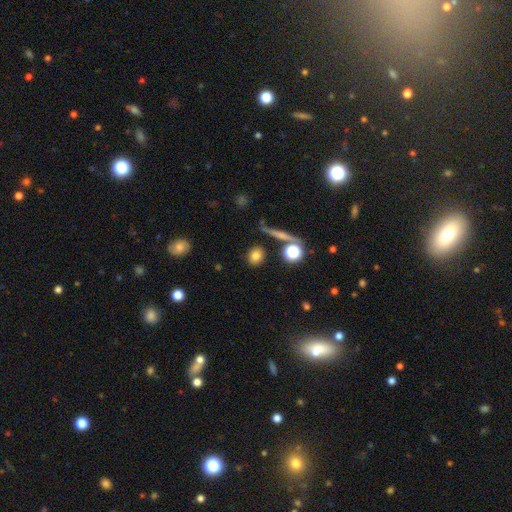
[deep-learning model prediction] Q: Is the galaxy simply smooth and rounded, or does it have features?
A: smooth — 79%.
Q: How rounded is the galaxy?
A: round — 69%.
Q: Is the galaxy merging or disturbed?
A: none — 82%.